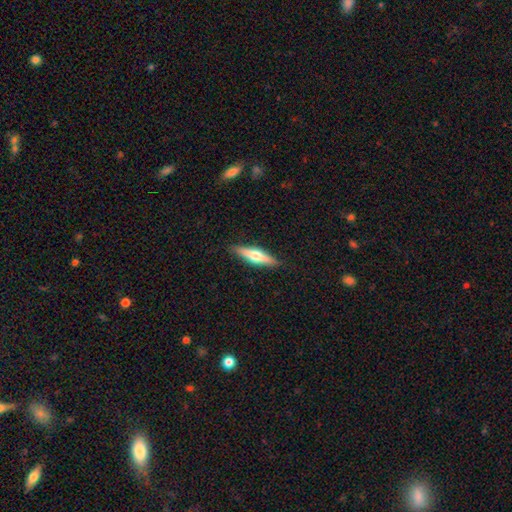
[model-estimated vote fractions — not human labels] Smooth or featured?
  - featured or disk: 54% *
  - smooth: 41%
  - star or artifact: 6%
Edge-on disk?
  - yes: 95% *
  - no: 5%
Edge-on bulge?
  - rounded: 92% *
  - boxy: 4%
  - none: 4%
Merging?
  - none: 89% *
  - minor disturbance: 8%
  - major disturbance: 2%
  - merger: 1%